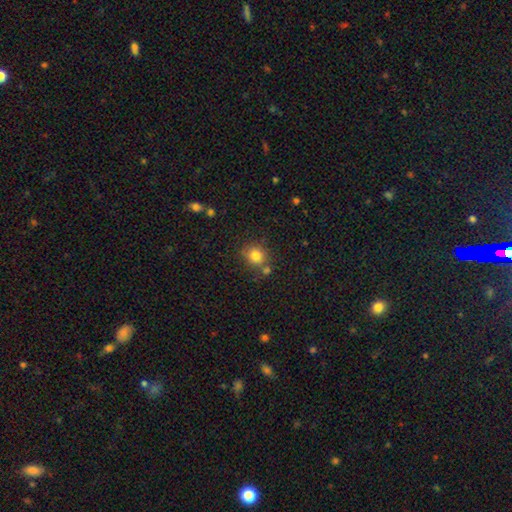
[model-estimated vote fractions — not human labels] smooth 81%, star or artifact 12%, featured or disk 7%. Down the decision tree: how rounded — round (80%); merging — none (68%).